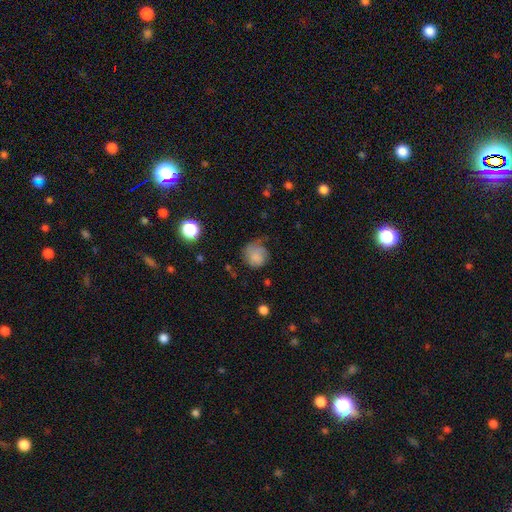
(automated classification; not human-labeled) A smooth galaxy with no disk features (70%) that is round (80%).

Vote fractions:
- Smooth or featured? smooth: 70% / featured or disk: 21% / star or artifact: 9%
- How rounded? round: 80% / in between: 19% / cigar-shaped: 1%
- Merging? none: 44% / minor disturbance: 31% / major disturbance: 23% / merger: 2%